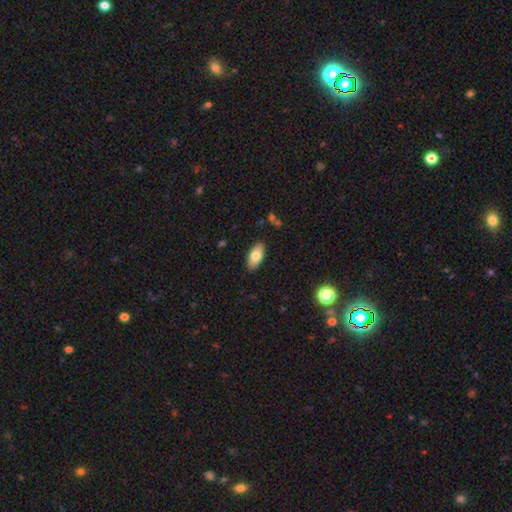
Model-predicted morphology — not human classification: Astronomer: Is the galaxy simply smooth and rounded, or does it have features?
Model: smooth — 77%.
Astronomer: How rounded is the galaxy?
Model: in between — 90%.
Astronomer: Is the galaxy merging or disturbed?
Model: none — 88%.